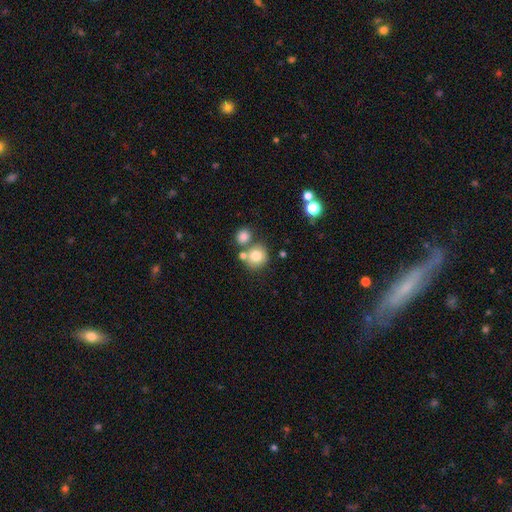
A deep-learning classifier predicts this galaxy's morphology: Smooth or featured?
  - smooth: 78% *
  - featured or disk: 11%
  - star or artifact: 11%
How rounded?
  - round: 87% *
  - in between: 12%
  - cigar-shaped: 1%
Merging?
  - none: 60% *
  - merger: 27%
  - minor disturbance: 10%
  - major disturbance: 4%